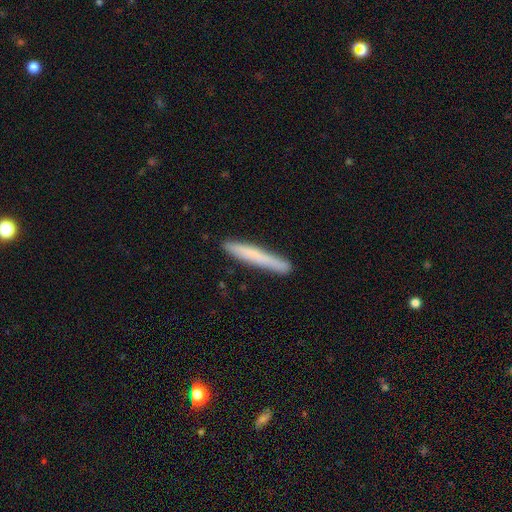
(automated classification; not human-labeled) Smooth or featured: smooth — 71% (featured or disk — 22%)
How rounded: cigar-shaped — 96% (in between — 2%)
Merging: none — 89% (minor disturbance — 9%)